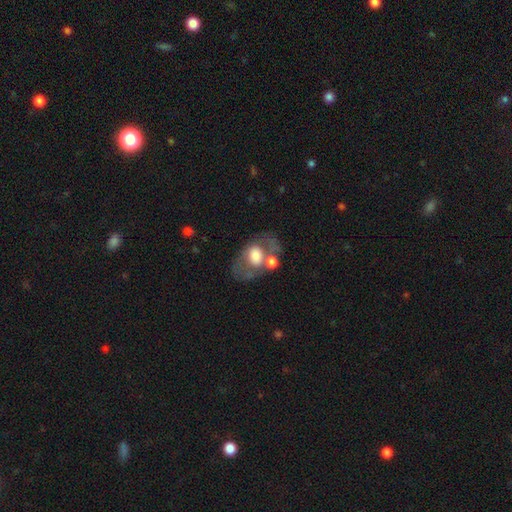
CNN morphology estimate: Smooth or featured? smooth (54%)
How rounded? in between (73%)
Merging? none (43%)